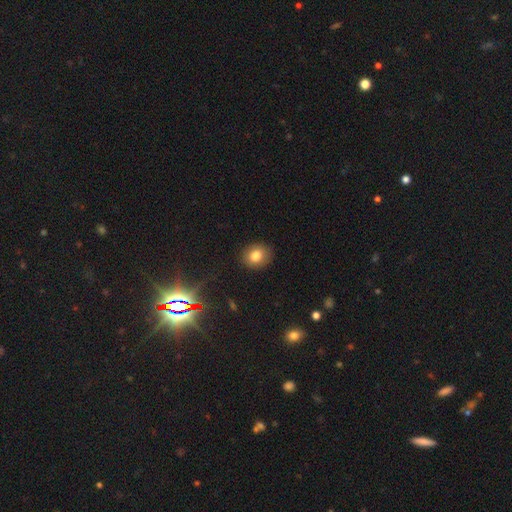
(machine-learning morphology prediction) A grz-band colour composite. It shows a smooth galaxy with no disk features (80%) that is round (66%). Merging: none (89%).